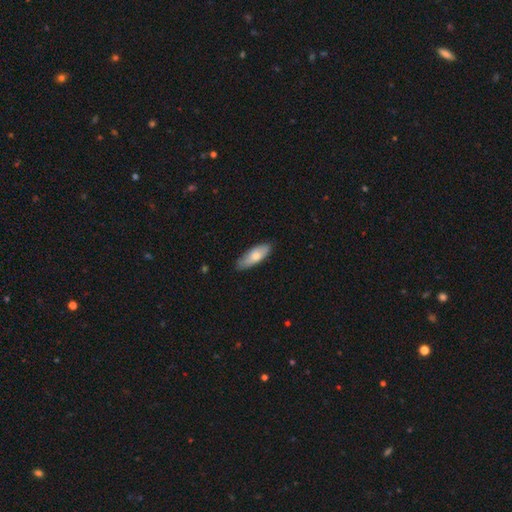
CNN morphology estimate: Overall: smooth (72%). How rounded: in between (70%). Merging: none (78%).